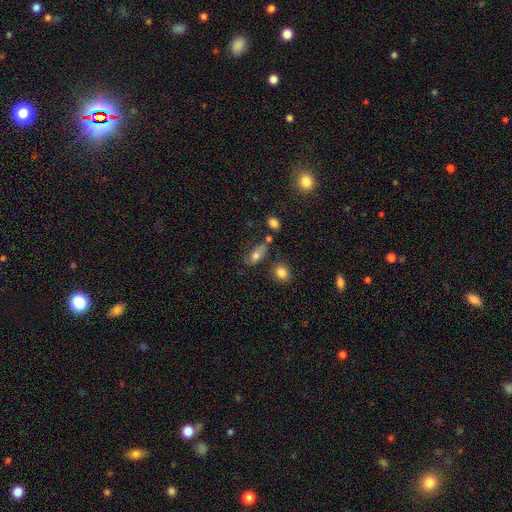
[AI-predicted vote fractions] Smooth or featured? Predicted: smooth (p=0.70). How rounded? Predicted: in between (p=0.82). Merging? Predicted: none (p=0.55).